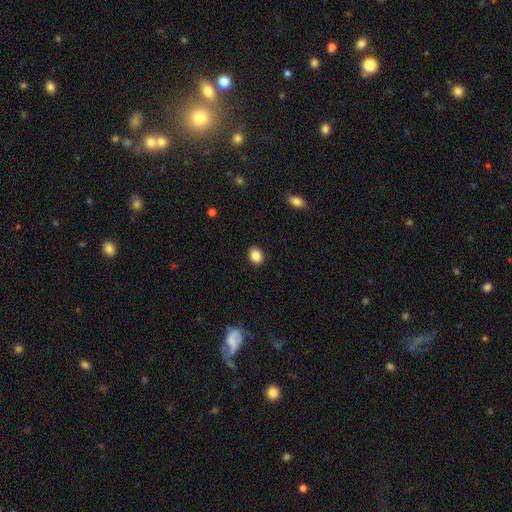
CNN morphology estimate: A smooth galaxy with no disk features (87%) that is in between round and cigar-shaped (61%). Merging: none (90%).